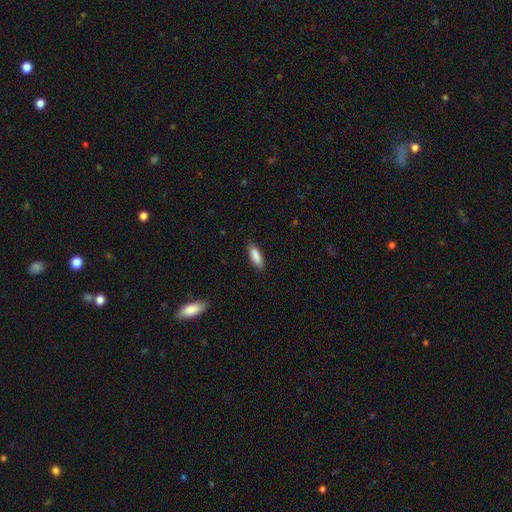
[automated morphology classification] smooth 88%, star or artifact 6%, featured or disk 6%. Down the decision tree: how rounded — in between (54%); merging — none (86%).